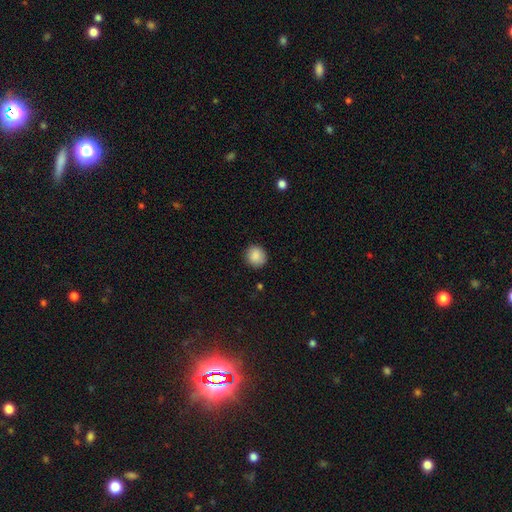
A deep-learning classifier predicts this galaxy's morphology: This appears to be a smooth galaxy with no disk features (88%) that is round (87%). Merging: none (88%).